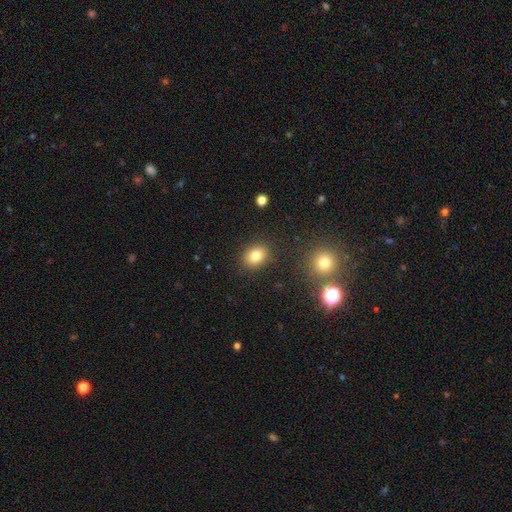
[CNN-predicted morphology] smooth-or-featured: smooth: 80% | star or artifact: 12% | featured or disk: 8%
  how-rounded: round: 50% | in between: 49% | cigar-shaped: 1%
  merging: none: 87% | minor disturbance: 9% | major disturbance: 3% | merger: 2%